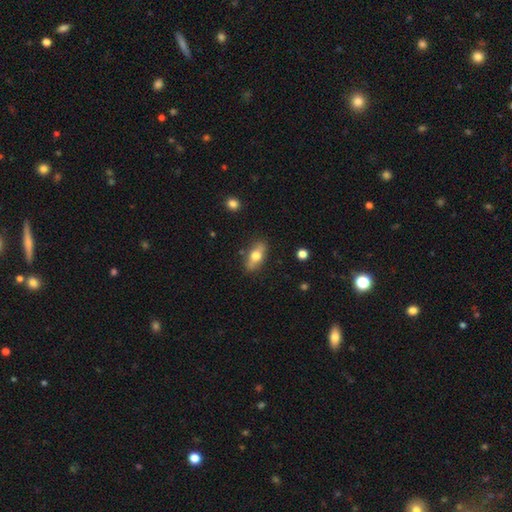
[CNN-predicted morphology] smooth 64%, featured or disk 29%, star or artifact 7%. Down the decision tree: how rounded — in between (77%); merging — none (83%).